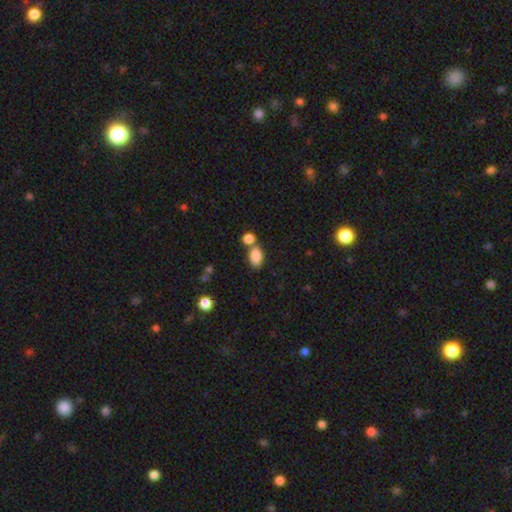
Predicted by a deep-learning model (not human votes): smooth-or-featured: smooth: 86% | star or artifact: 8% | featured or disk: 6%
  how-rounded: in between: 88% | round: 10% | cigar-shaped: 2%
  merging: none: 49% | merger: 36% | minor disturbance: 11% | major disturbance: 4%